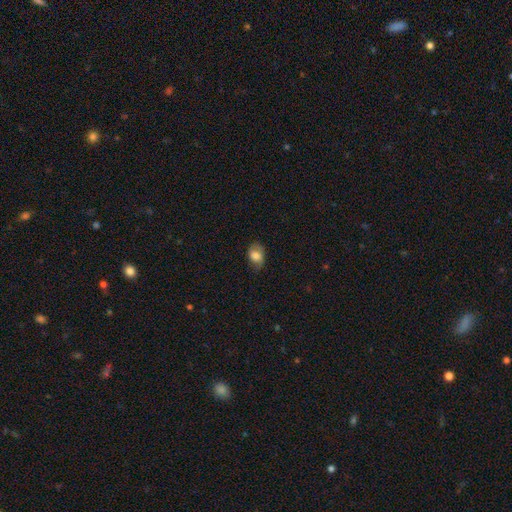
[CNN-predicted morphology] smooth-or-featured: smooth: 71% | featured or disk: 20% | star or artifact: 8%
  how-rounded: in between: 75% | round: 23% | cigar-shaped: 1%
  merging: none: 58% | minor disturbance: 30% | major disturbance: 11% | merger: 1%